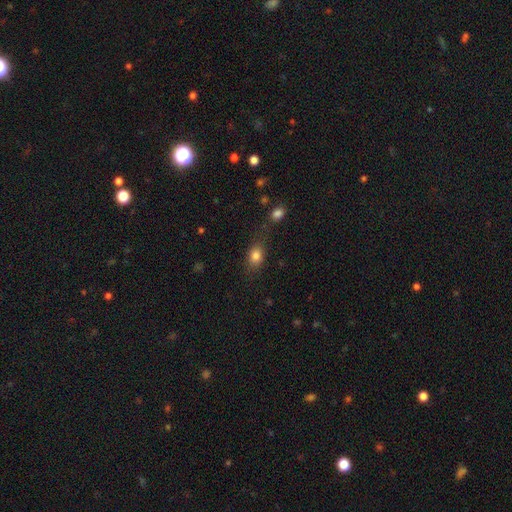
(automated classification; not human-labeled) A smooth galaxy with no disk features (80%) that is in between round and cigar-shaped (62%). Merging: none (66%).